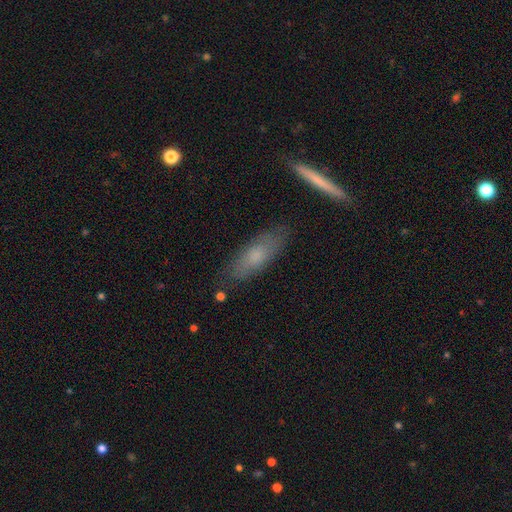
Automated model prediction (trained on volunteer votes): Q: Smooth or featured?
A: smooth (67%); runner-up: featured or disk (26%)
Q: How rounded?
A: cigar-shaped (50%); runner-up: in between (48%)
Q: Merging?
A: none (80%); runner-up: minor disturbance (15%)